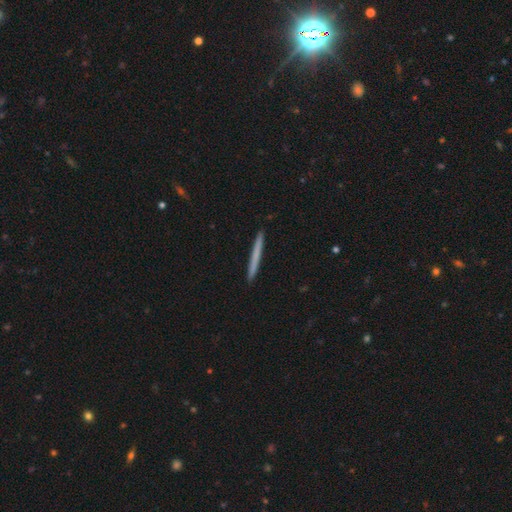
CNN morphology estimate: Smooth or featured?
  - smooth: 64% *
  - featured or disk: 30%
  - star or artifact: 6%
How rounded?
  - cigar-shaped: 97% *
  - in between: 1%
  - round: 1%
Merging?
  - none: 93% *
  - minor disturbance: 5%
  - major disturbance: 1%
  - merger: 1%